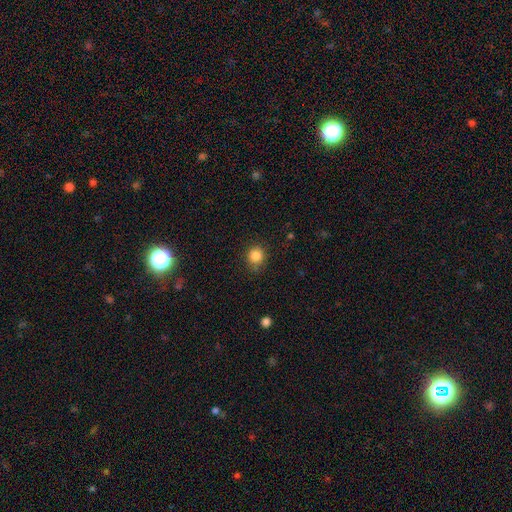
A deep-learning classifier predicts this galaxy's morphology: Overall: smooth (85%). How rounded: round (88%). Merging: none (81%).